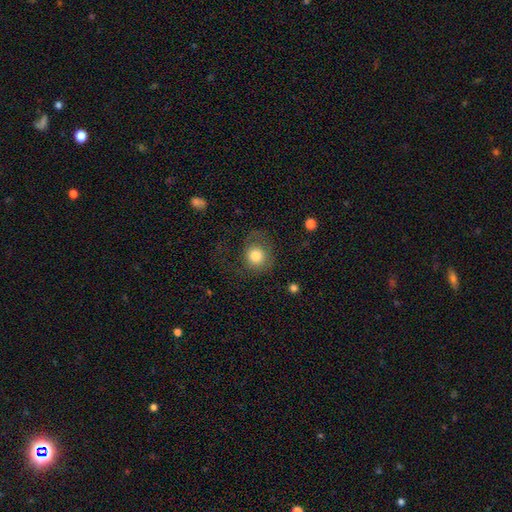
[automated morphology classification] Smooth or featured?
  - smooth: 78% *
  - featured or disk: 14%
  - star or artifact: 8%
How rounded?
  - round: 82% *
  - in between: 17%
  - cigar-shaped: 1%
Merging?
  - none: 53% *
  - major disturbance: 27%
  - minor disturbance: 18%
  - merger: 2%